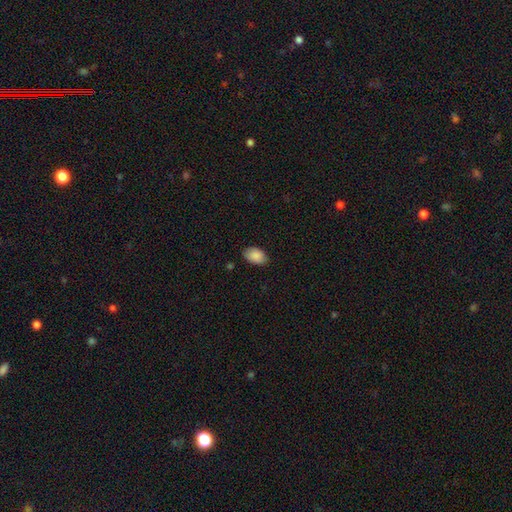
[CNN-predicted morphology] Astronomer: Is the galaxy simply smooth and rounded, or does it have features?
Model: smooth — 89%.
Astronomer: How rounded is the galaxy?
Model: in between — 89%.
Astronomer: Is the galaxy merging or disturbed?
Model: none — 82%.